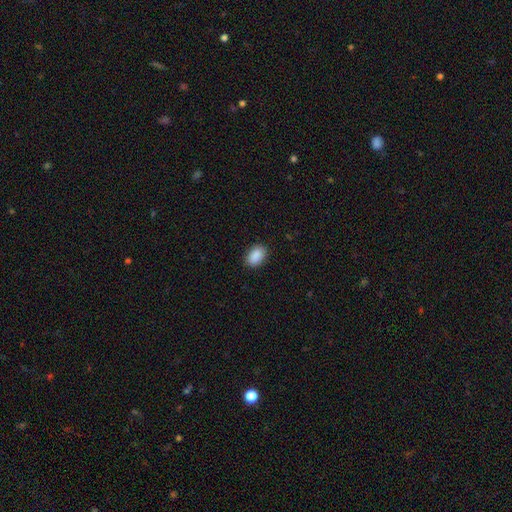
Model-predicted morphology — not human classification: A smooth galaxy with no disk features (90%) that is in between round and cigar-shaped (88%).

Vote fractions:
- Smooth or featured? smooth: 90% / star or artifact: 7% / featured or disk: 3%
- How rounded? in between: 88% / round: 11% / cigar-shaped: 1%
- Merging? none: 88% / minor disturbance: 9% / major disturbance: 2% / merger: 1%